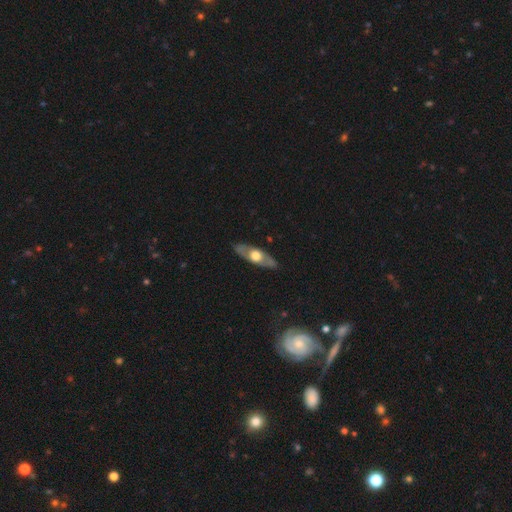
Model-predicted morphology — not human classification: The model was most divided on "edge-on disk": no: 53%, yes: 47%. More confident: merging — none (86%); smooth or featured — featured or disk (58%).